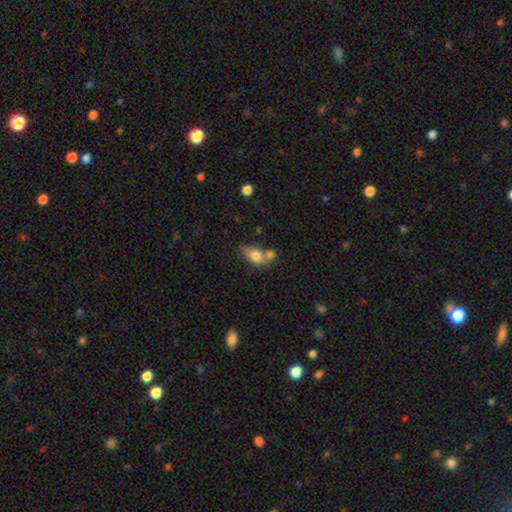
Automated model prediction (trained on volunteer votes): A smooth galaxy with no disk features (81%) that is in between round and cigar-shaped (84%).

Vote fractions:
- Smooth or featured? smooth: 81% / featured or disk: 11% / star or artifact: 8%
- How rounded? in between: 84% / round: 13% / cigar-shaped: 3%
- Merging? none: 40% / merger: 39% / minor disturbance: 15% / major disturbance: 6%